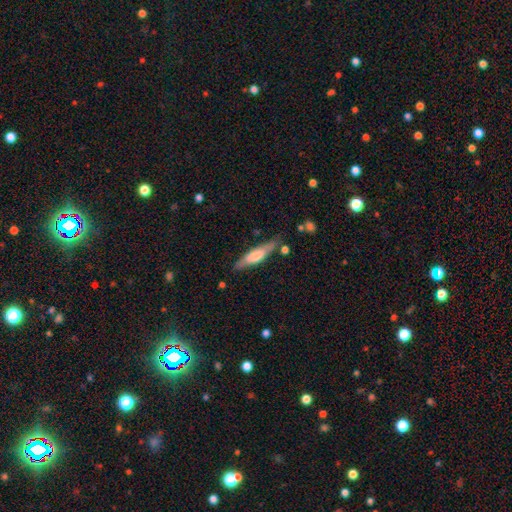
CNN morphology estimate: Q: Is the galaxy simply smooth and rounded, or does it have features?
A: smooth — 48%.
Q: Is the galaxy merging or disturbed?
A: none — 79%.